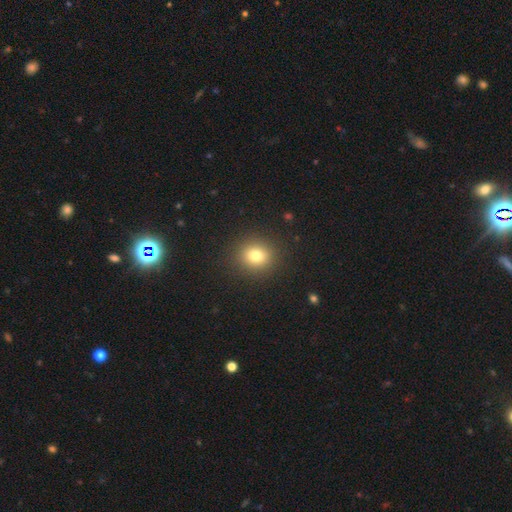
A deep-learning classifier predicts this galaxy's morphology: smooth-or-featured: smooth: 79% | star or artifact: 13% | featured or disk: 8%
  how-rounded: round: 83% | in between: 16% | cigar-shaped: 1%
  merging: none: 90% | minor disturbance: 6% | major disturbance: 3% | merger: 1%